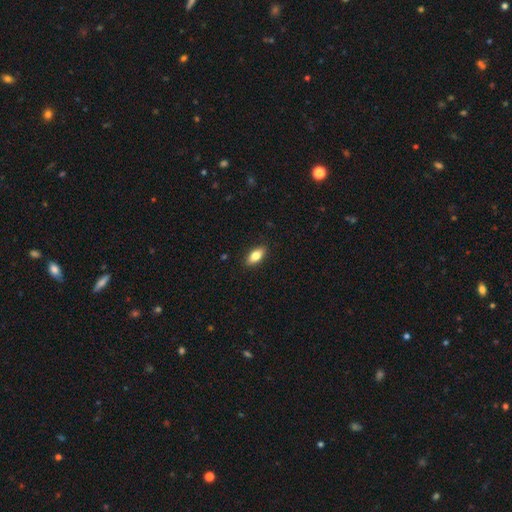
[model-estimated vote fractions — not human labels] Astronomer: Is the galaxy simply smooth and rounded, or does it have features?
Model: smooth — 78%.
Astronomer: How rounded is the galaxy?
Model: in between — 86%.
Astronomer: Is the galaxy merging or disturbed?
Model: none — 89%.